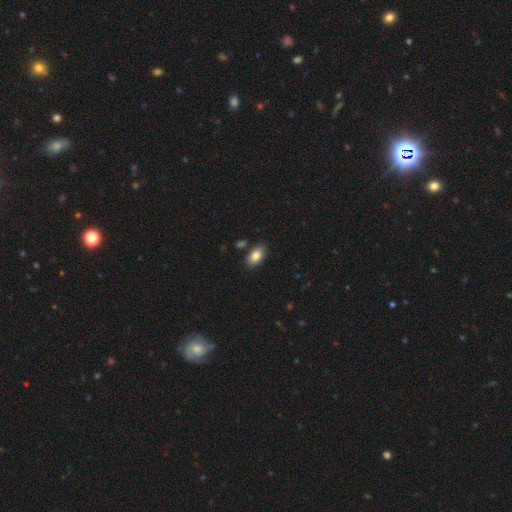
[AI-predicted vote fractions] Smooth or featured?
  - smooth: 83% *
  - featured or disk: 9%
  - star or artifact: 7%
How rounded?
  - in between: 93% *
  - round: 5%
  - cigar-shaped: 3%
Merging?
  - none: 83% *
  - minor disturbance: 11%
  - merger: 4%
  - major disturbance: 2%